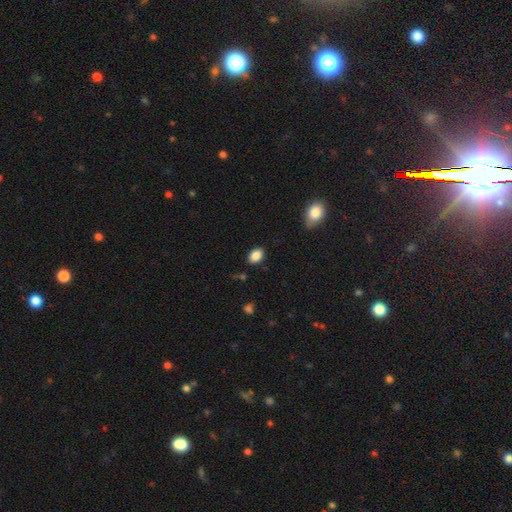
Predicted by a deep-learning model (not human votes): The model was most divided on "how rounded": in between: 77%, round: 22%, cigar-shaped: 1%. More confident: smooth or featured — smooth (87%); merging — none (86%).